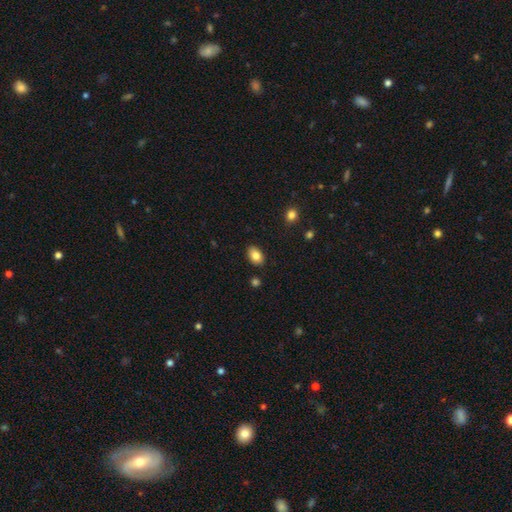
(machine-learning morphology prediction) A smooth galaxy with no disk features (83%) that is in between round and cigar-shaped (86%). Merging: none (88%).